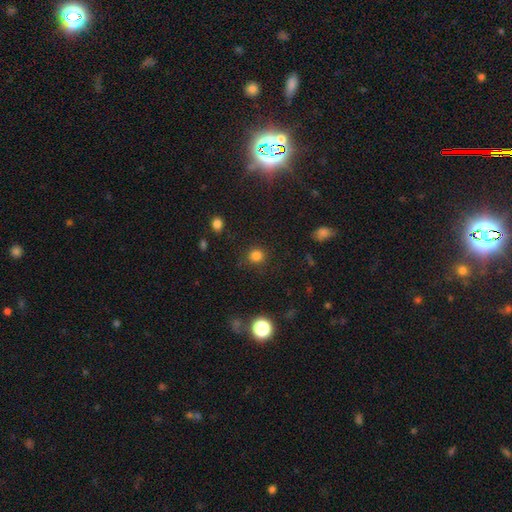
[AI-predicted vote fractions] smooth_or_featured: smooth (p=0.81) [alt: star or artifact p=0.15]
how_rounded: round (p=0.91) [alt: in between p=0.08]
merging: none (p=0.87) [alt: minor disturbance p=0.08]